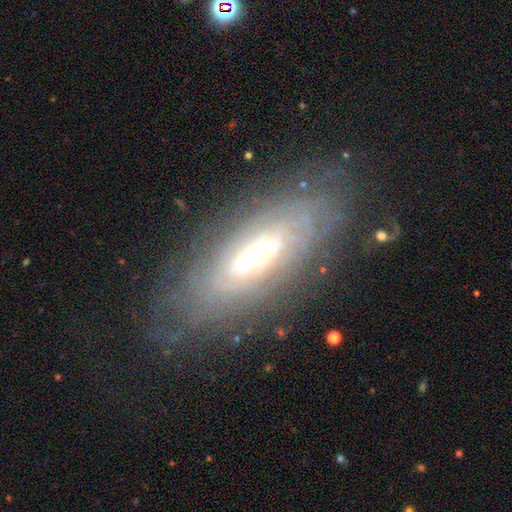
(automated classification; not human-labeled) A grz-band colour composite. It shows a featured or disk galaxy (77%) with no bar (52%), tight (80%) spiral arms (85%) and a small central bulge (54%). Merging: none (76%).